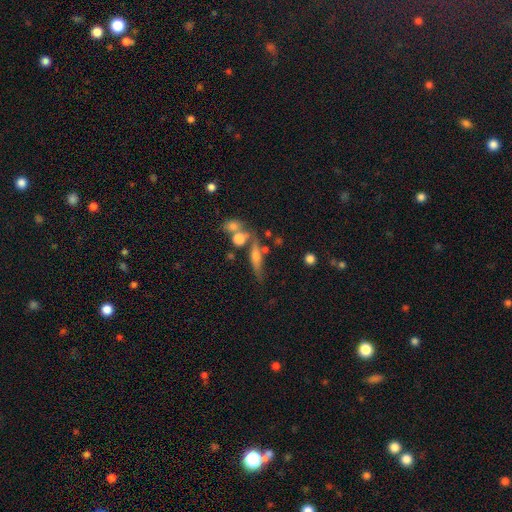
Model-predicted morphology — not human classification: Q: Smooth or featured?
A: featured or disk (52%); runner-up: smooth (36%)
Q: Edge-on disk?
A: yes (79%); runner-up: no (21%)
Q: Merging?
A: none (53%); runner-up: merger (23%)